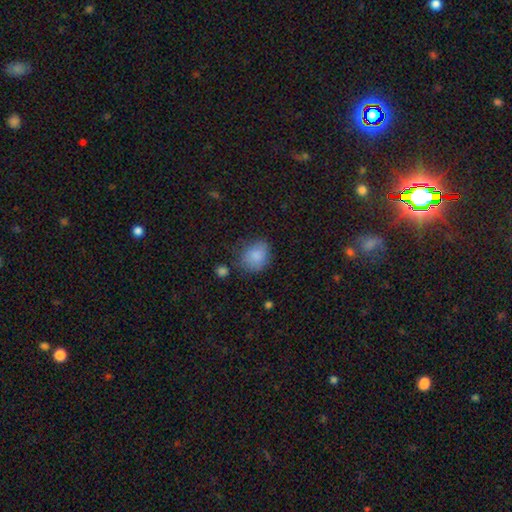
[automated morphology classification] Smooth or featured?
  - smooth: 84% *
  - star or artifact: 8%
  - featured or disk: 8%
How rounded?
  - round: 54% *
  - in between: 45%
  - cigar-shaped: 1%
Merging?
  - none: 63% *
  - minor disturbance: 24%
  - major disturbance: 8%
  - merger: 4%